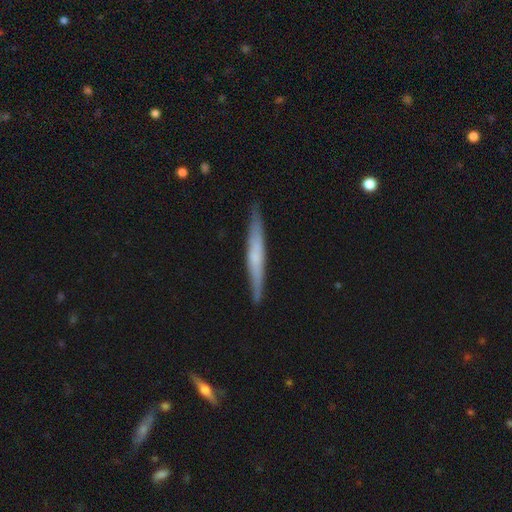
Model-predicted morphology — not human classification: This appears to be a featured or disk galaxy (51%) viewed edge-on (95%). Merging: none (88%).